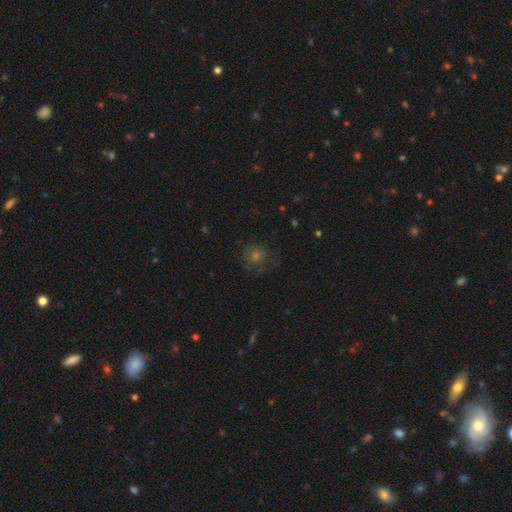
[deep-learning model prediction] Smooth or featured? smooth (49%)
Merging? none (77%)